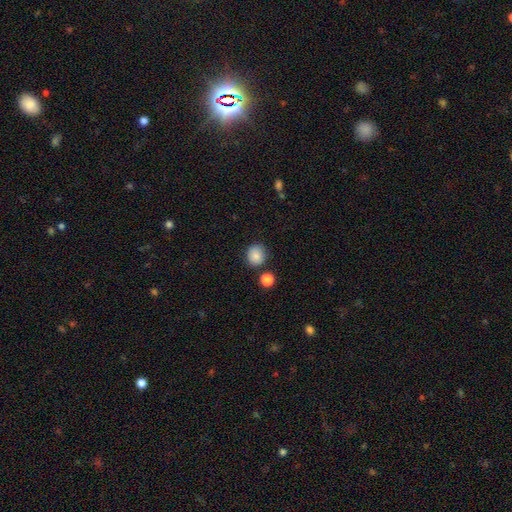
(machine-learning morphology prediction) Smooth or featured: smooth — 86% (star or artifact — 10%)
How rounded: round — 82% (in between — 17%)
Merging: none — 81% (minor disturbance — 11%)